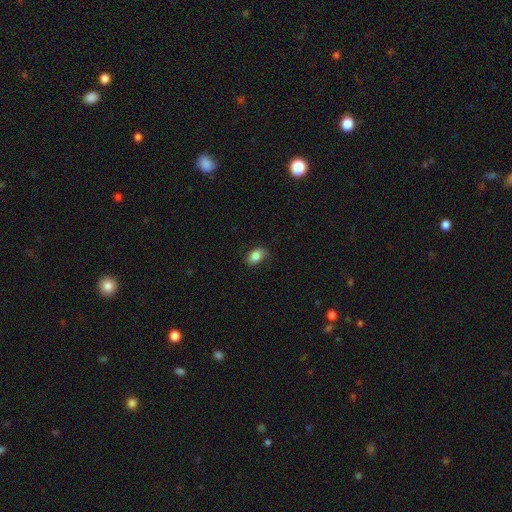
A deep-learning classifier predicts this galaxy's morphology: Smooth or featured? smooth (81%)
How rounded? in between (87%)
Merging? none (81%)